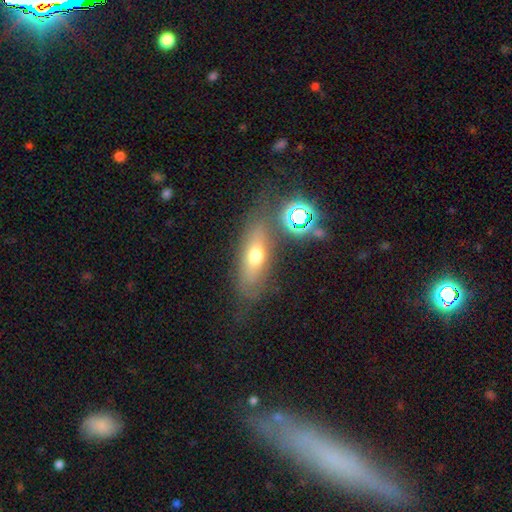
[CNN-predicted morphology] type=smooth (56%); roundness=in between (59%); merging=none (66%).